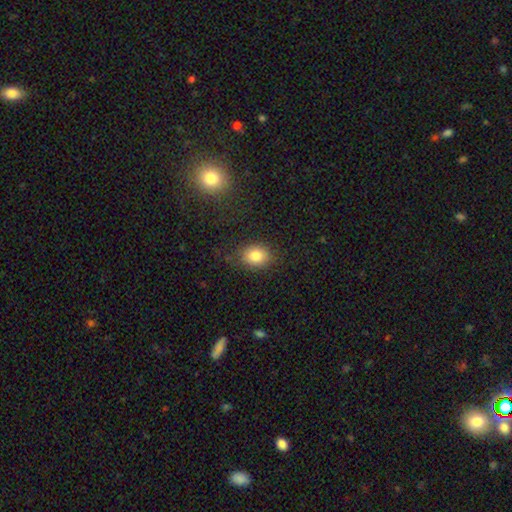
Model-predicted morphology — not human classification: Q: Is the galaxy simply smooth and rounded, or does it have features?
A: smooth — 82%.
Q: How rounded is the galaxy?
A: in between — 55%.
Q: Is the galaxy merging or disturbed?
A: none — 80%.